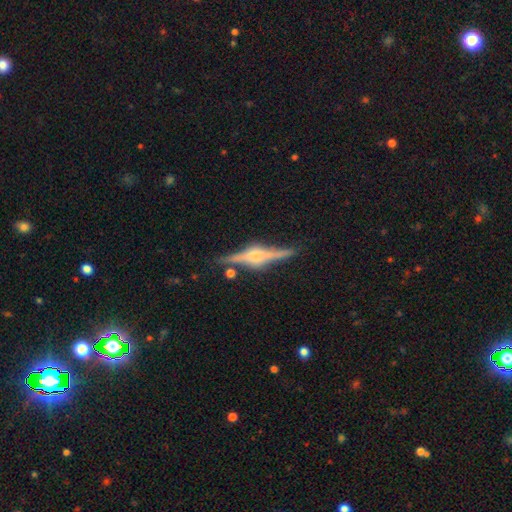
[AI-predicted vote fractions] Q: Smooth or featured?
A: featured or disk (85%); runner-up: smooth (9%)
Q: Edge-on disk?
A: yes (98%); runner-up: no (2%)
Q: Edge-on bulge?
A: rounded (87%); runner-up: boxy (11%)
Q: Merging?
A: none (85%); runner-up: minor disturbance (10%)